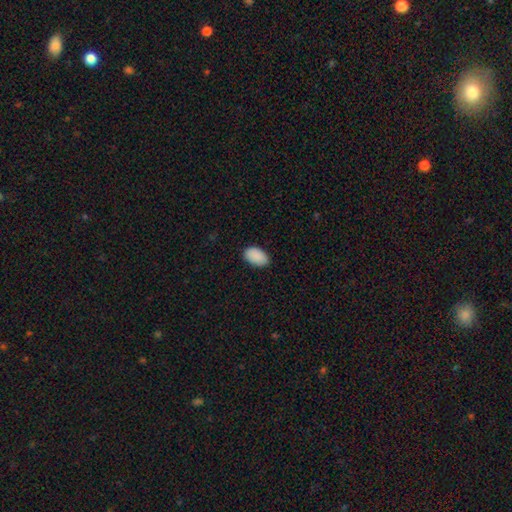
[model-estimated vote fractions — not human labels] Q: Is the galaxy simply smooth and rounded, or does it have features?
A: smooth — 91%.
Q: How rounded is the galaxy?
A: in between — 94%.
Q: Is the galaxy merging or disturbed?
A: none — 85%.